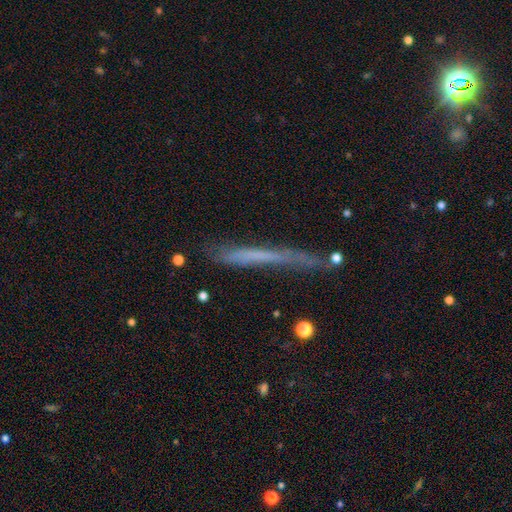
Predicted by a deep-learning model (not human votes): smooth_or_featured: smooth (p=0.46) [alt: featured or disk p=0.45]
merging: none (p=0.64) [alt: minor disturbance p=0.24]